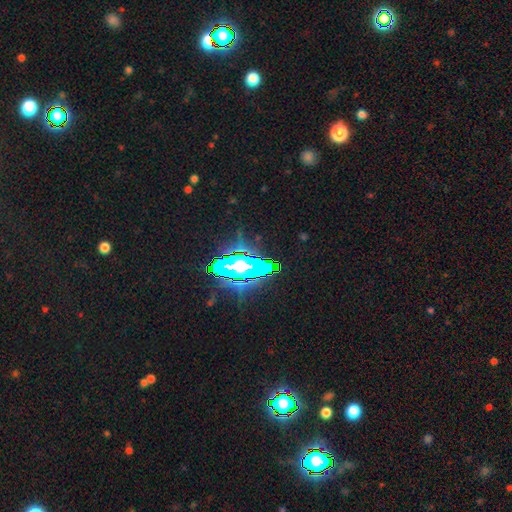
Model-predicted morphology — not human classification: smooth-or-featured: star or artifact: 73% | smooth: 14% | featured or disk: 13%